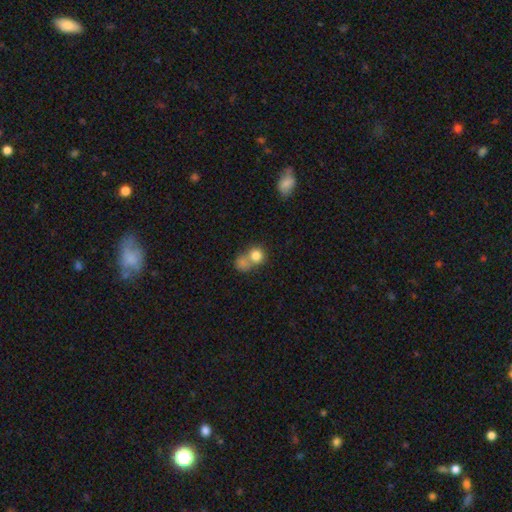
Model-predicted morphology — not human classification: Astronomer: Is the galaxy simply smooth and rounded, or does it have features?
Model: smooth — 80%.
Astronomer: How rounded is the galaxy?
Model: round — 81%.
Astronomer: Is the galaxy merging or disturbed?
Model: merger — 52% (runner-up: none, 35%).